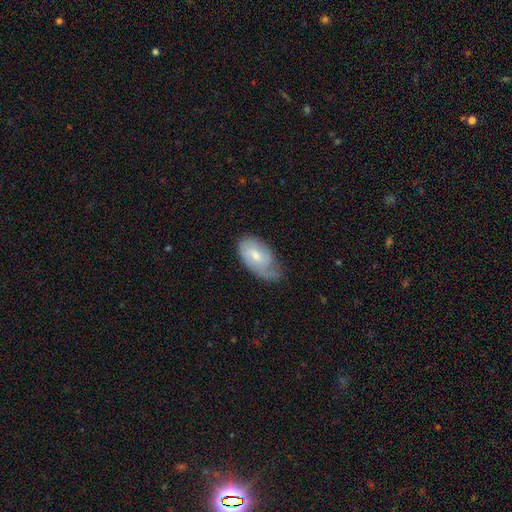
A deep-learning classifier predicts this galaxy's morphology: smooth-or-featured: featured or disk: 51% | smooth: 43% | star or artifact: 6%
  disk-edge-on: no: 94% | yes: 6%
  merging: none: 44% | minor disturbance: 38% | major disturbance: 16% | merger: 2%